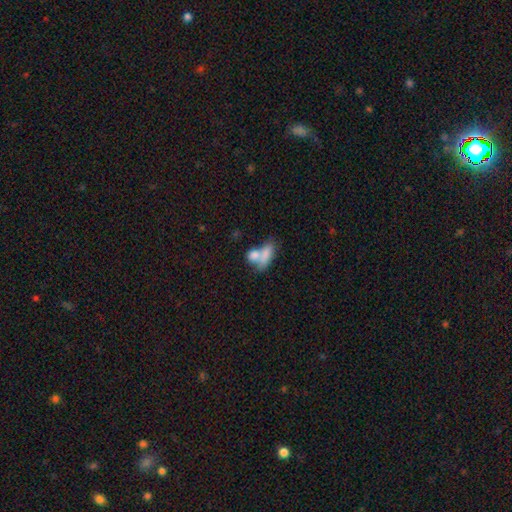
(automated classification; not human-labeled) smooth-or-featured: smooth: 76% | featured or disk: 15% | star or artifact: 8%
  how-rounded: in between: 73% | round: 17% | cigar-shaped: 10%
  merging: merger: 62% | none: 23% | minor disturbance: 9% | major disturbance: 7%